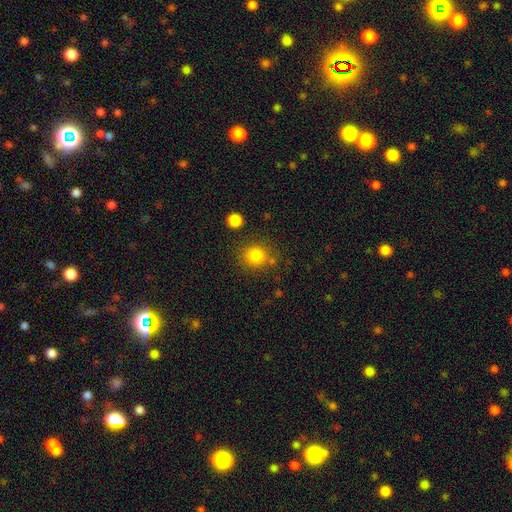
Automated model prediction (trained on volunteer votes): The model was most divided on "merging": none: 78%, minor disturbance: 11%, merger: 7%, major disturbance: 5%. More confident: smooth or featured — smooth (83%); how rounded — round (83%).